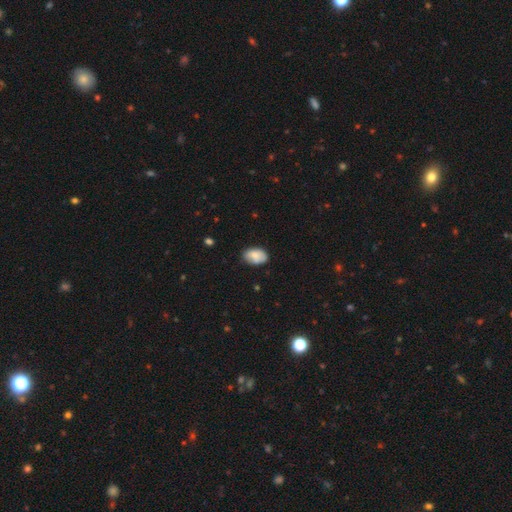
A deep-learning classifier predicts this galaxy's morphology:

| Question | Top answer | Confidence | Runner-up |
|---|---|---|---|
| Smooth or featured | smooth | 80% | featured or disk (13%) |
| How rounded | in between | 90% | round (9%) |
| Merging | none | 73% | minor disturbance (22%) |